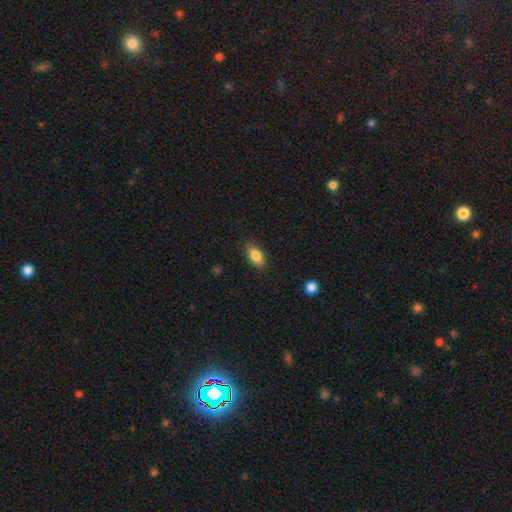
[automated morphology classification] Q: Smooth or featured?
A: smooth (85%); runner-up: star or artifact (8%)
Q: How rounded?
A: in between (89%); runner-up: round (6%)
Q: Merging?
A: none (83%); runner-up: minor disturbance (13%)